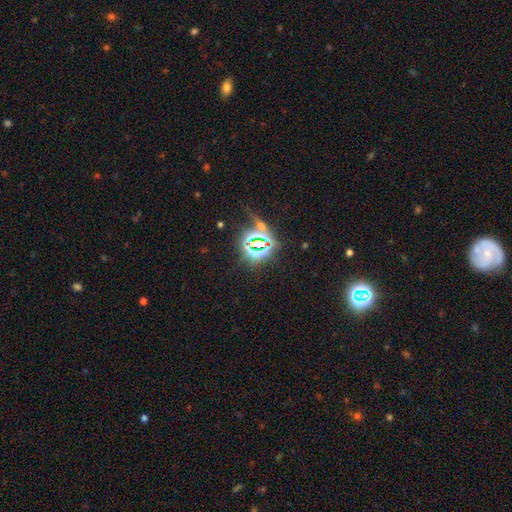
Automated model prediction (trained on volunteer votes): A star or artifact, not a galaxy (80%).

Vote fractions:
- Smooth or featured? star or artifact: 80% / smooth: 11% / featured or disk: 8%